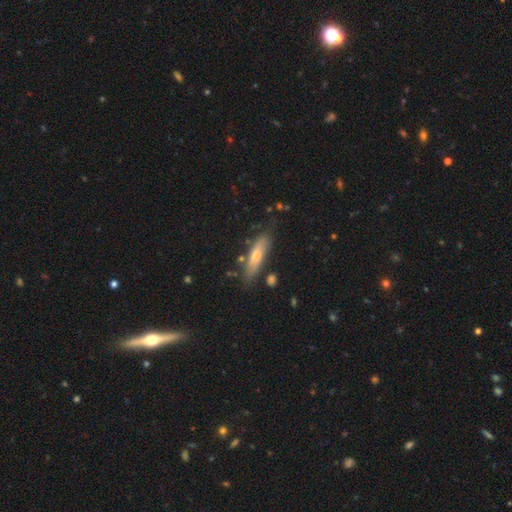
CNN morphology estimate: Smooth or featured? Predicted: smooth (p=0.57). How rounded? Predicted: cigar-shaped (p=0.69). Merging? Predicted: none (p=0.74).